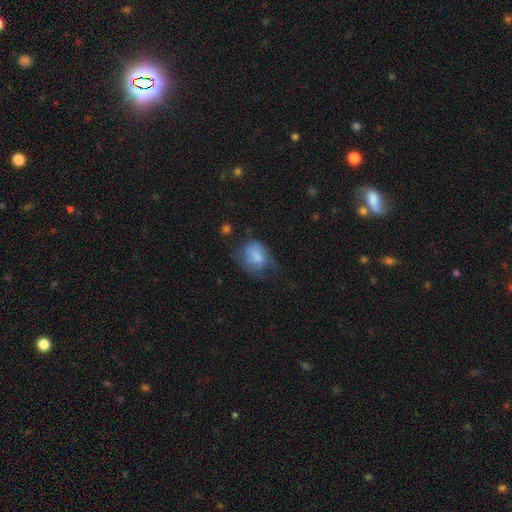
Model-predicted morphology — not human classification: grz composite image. It shows a smooth galaxy with no disk features (67%) that is in between round and cigar-shaped (54%). Merging: none (38%).